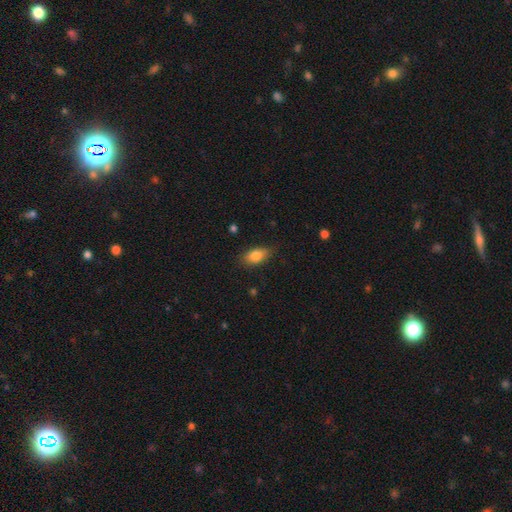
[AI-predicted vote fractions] Smooth or featured?
  - smooth: 83% *
  - featured or disk: 9%
  - star or artifact: 8%
How rounded?
  - in between: 87% *
  - round: 7%
  - cigar-shaped: 6%
Merging?
  - none: 79% *
  - minor disturbance: 16%
  - major disturbance: 3%
  - merger: 1%